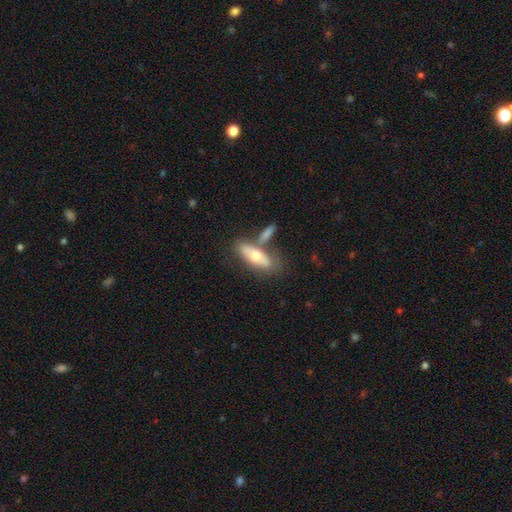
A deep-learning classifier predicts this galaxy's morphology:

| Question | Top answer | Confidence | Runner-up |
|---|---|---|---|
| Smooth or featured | smooth | 58% | featured or disk (36%) |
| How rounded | in between | 68% | cigar-shaped (29%) |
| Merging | none | 53% | merger (27%) |